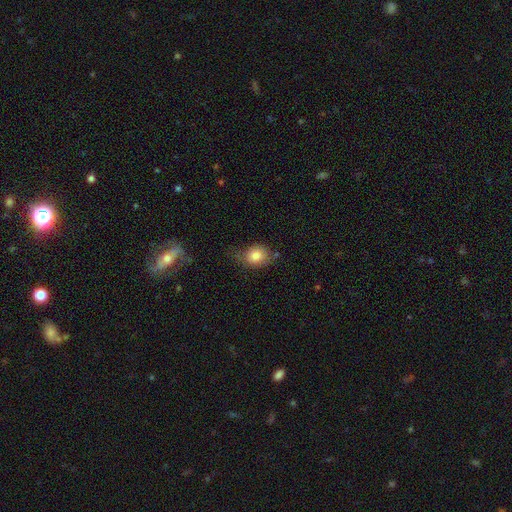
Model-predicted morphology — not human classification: type=smooth (81%); roundness=round (54%); merging=none (59%).